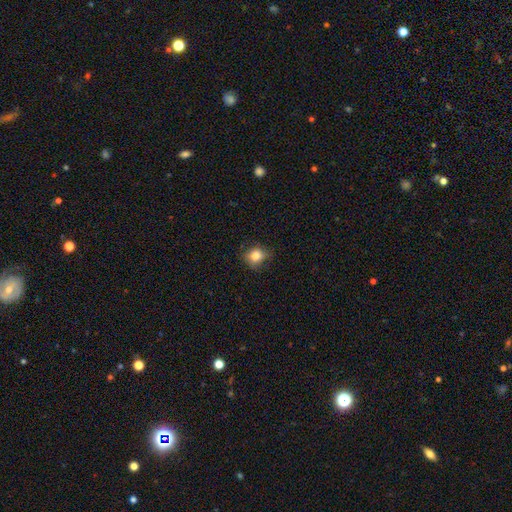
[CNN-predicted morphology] This appears to be a smooth galaxy with no disk features (82%) that is round (70%). Merging: none (69%).